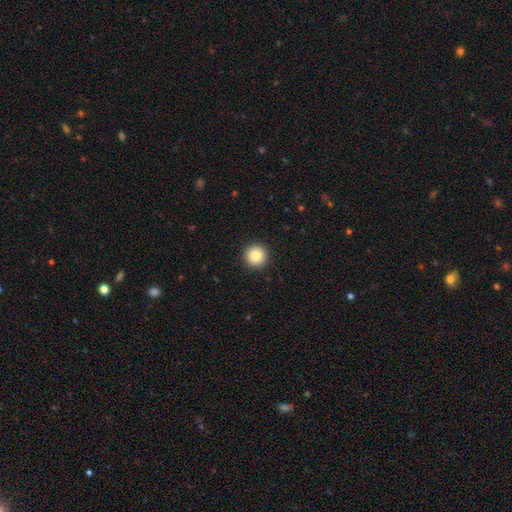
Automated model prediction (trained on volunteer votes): This is clearly a smooth galaxy (84%). How rounded: clearly round (96%). Merging: clearly none (93%).